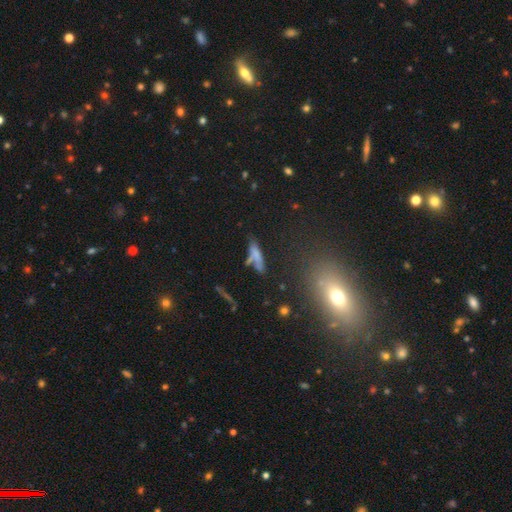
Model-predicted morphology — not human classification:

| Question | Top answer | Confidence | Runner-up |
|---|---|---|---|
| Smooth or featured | smooth | 66% | featured or disk (21%) |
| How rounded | cigar-shaped | 68% | in between (29%) |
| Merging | none | 51% | minor disturbance (22%) |